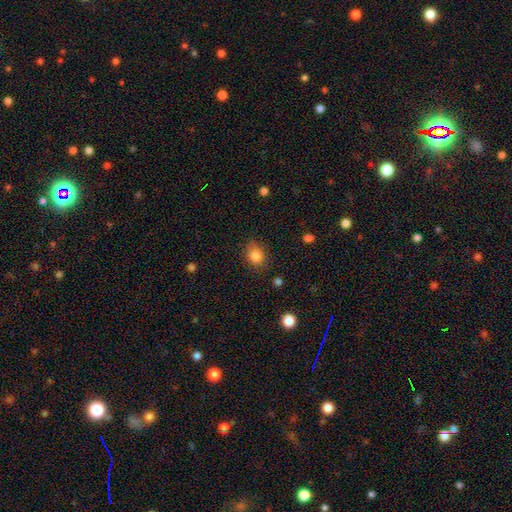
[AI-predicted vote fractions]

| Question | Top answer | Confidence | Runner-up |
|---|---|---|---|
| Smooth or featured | smooth | 85% | star or artifact (10%) |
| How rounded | round | 58% | in between (41%) |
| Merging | none | 76% | minor disturbance (17%) |